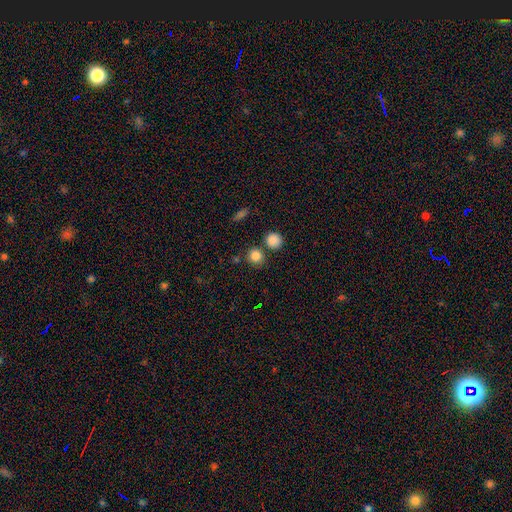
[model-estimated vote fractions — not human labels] Smooth or featured? Predicted: smooth (p=0.84). How rounded? Predicted: round (p=0.89). Merging? Predicted: none (p=0.74).